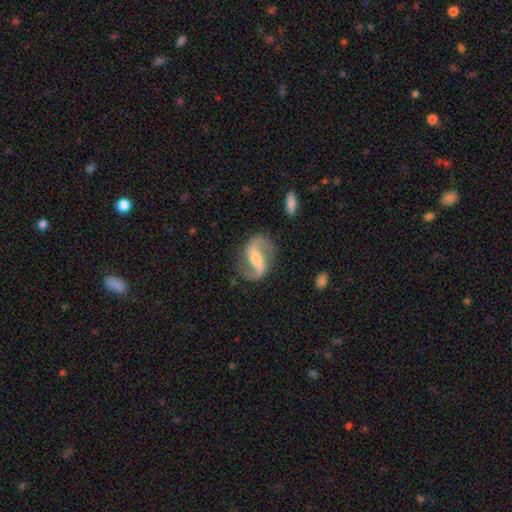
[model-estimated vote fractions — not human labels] Smooth or featured: featured or disk — 89% (smooth — 6%)
Edge-on disk: no — 97% (yes — 3%)
Bar: strong — 44% (weak — 35%)
Spiral arms: yes — 96% (no — 4%)
Spiral winding: loose — 51% (medium — 39%)
Spiral arm count: 2 — 93% (1 — 2%)
Bulge size: moderate — 49% (small — 42%)
Merging: none — 82% (minor disturbance — 12%)